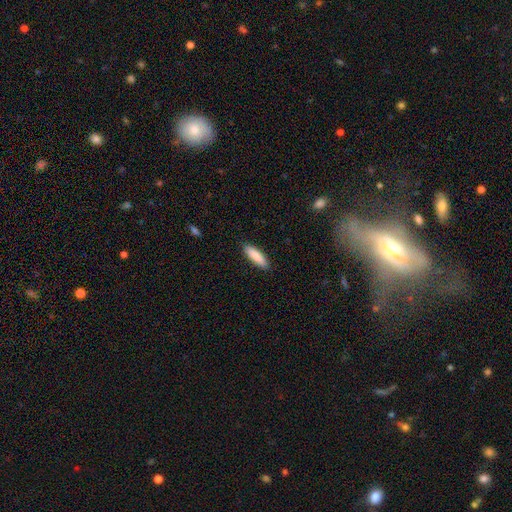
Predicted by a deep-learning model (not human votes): This is clearly a smooth galaxy (88%). How rounded: likely cigar-shaped (60%). Merging: clearly none (89%).